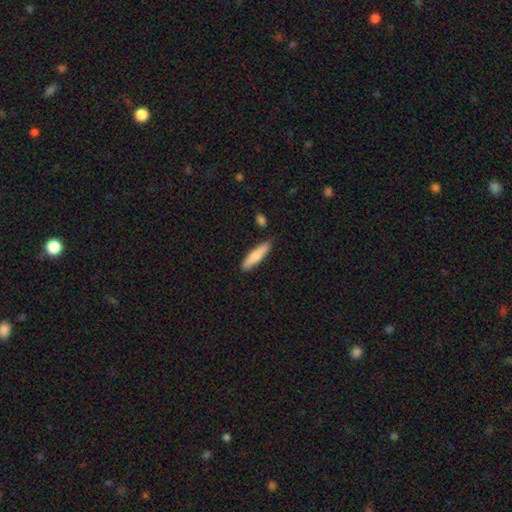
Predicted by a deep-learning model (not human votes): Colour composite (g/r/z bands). It shows a smooth galaxy with no disk features (74%) that is cigar-shaped (78%). Merging: none (83%).